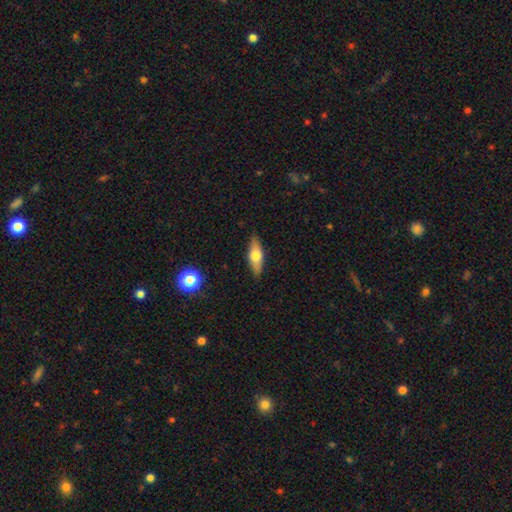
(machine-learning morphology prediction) smooth_or_featured: smooth (p=0.56) [alt: featured or disk p=0.37]
how_rounded: in between (p=0.57) [alt: cigar-shaped p=0.39]
merging: none (p=0.88) [alt: minor disturbance p=0.09]